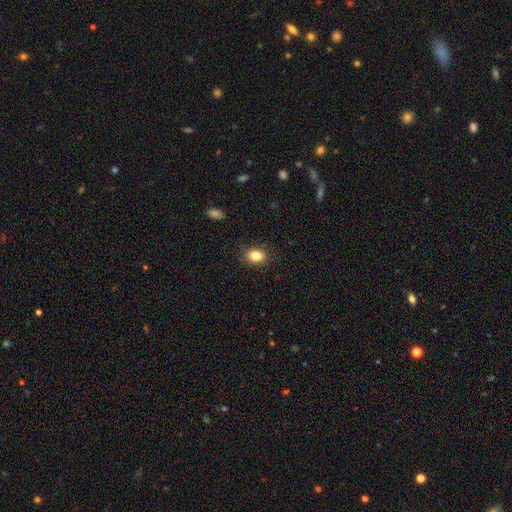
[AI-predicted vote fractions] Smooth or featured? Predicted: smooth (p=0.84). How rounded? Predicted: in between (p=0.66). Merging? Predicted: none (p=0.86).